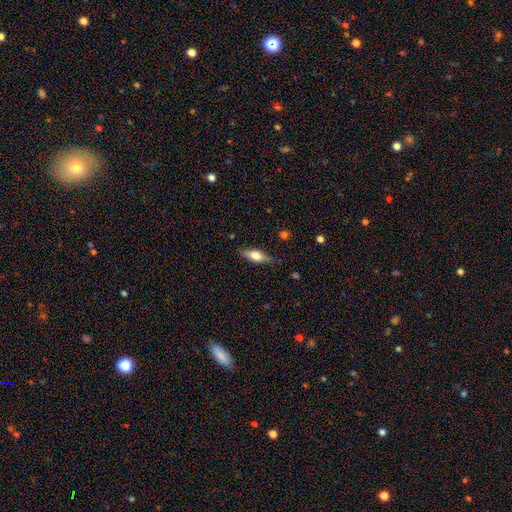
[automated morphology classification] type=smooth (64%); roundness=in between (62%); merging=none (81%).